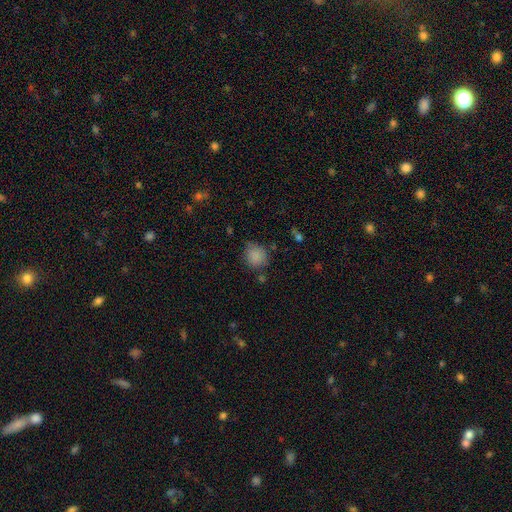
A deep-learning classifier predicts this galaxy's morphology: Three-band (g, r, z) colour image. It shows a smooth galaxy with no disk features (85%) that is round (79%). Merging: none (71%).